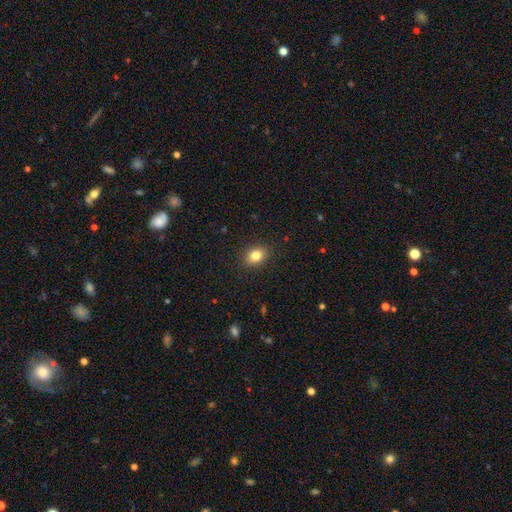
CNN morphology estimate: smooth-or-featured: smooth: 83% | star or artifact: 10% | featured or disk: 7%
  how-rounded: in between: 61% | round: 38% | cigar-shaped: 1%
  merging: none: 89% | minor disturbance: 8% | major disturbance: 2% | merger: 1%